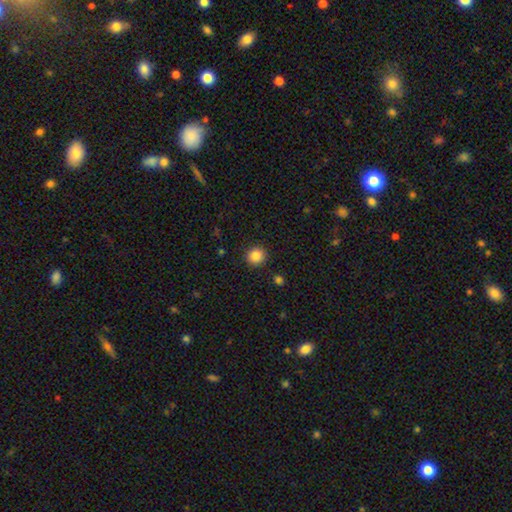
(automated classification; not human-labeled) Smooth or featured? Predicted: smooth (p=0.86). How rounded? Predicted: round (p=0.91). Merging? Predicted: none (p=0.91).